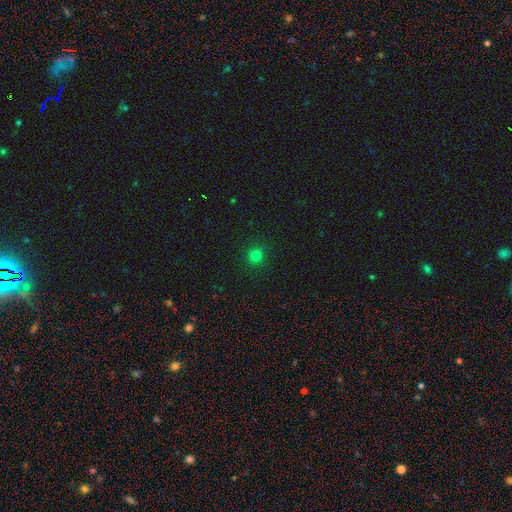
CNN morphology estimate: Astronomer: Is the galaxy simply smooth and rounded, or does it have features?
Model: smooth — 79%.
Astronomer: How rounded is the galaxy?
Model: round — 92%.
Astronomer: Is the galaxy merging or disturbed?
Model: none — 91%.